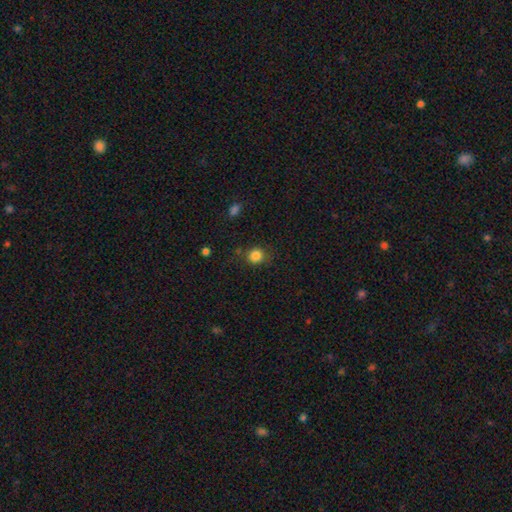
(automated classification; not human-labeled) smooth 84%, star or artifact 12%, featured or disk 4%. Down the decision tree: how rounded — round (85%); merging — none (78%).